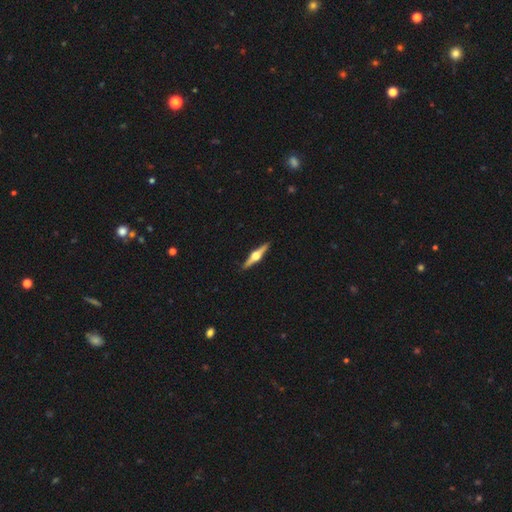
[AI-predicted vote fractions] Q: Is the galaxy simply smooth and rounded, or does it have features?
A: featured or disk — 82%.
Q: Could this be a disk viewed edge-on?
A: yes — 98%.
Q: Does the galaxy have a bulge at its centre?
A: rounded — 96%.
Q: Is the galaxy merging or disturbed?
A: none — 92%.